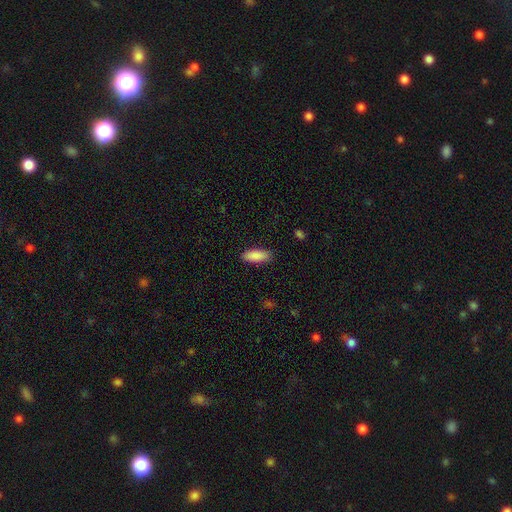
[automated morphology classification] Overall: smooth (90%). How rounded: in between (75%). Merging: none (88%).